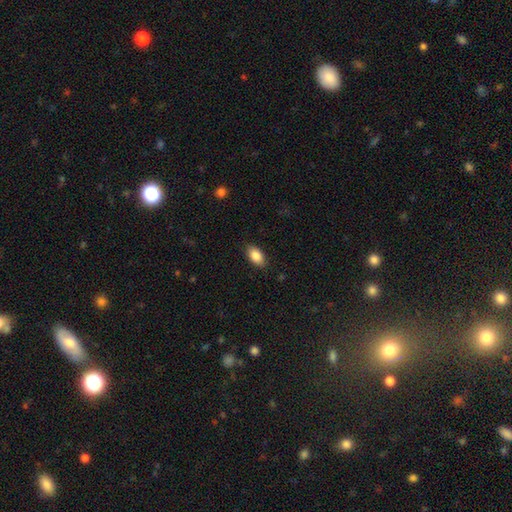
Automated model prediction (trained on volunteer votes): Morphology: type=smooth (88%); roundness=in between (93%); merging=none (87%).